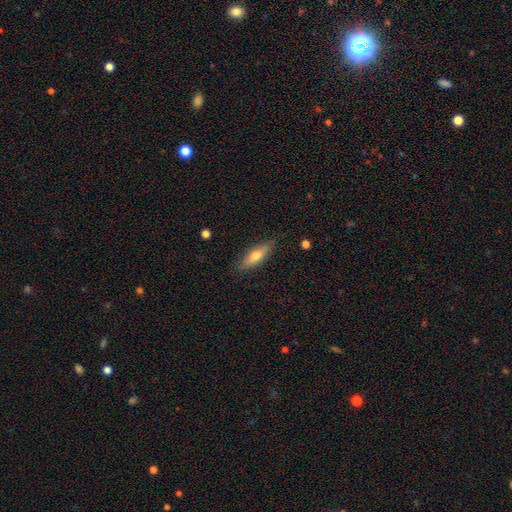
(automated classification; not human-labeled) A smooth galaxy with no disk features (51%) that is cigar-shaped (65%). Merging: none (86%).